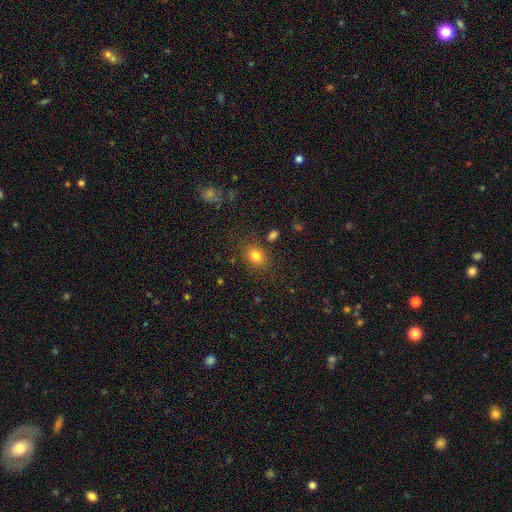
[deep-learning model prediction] smooth 80%, star or artifact 12%, featured or disk 7%. Down the decision tree: how rounded — in between (53%); merging — none (79%).